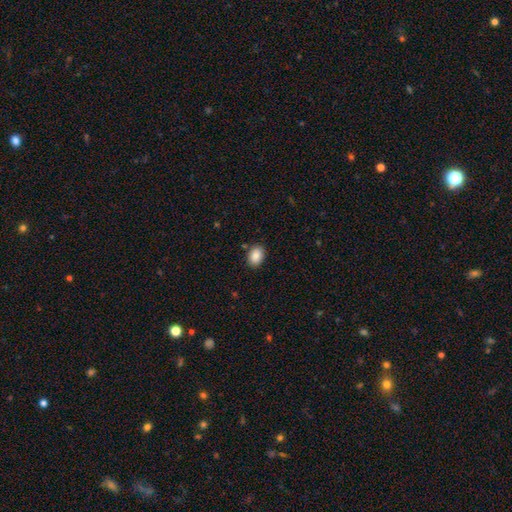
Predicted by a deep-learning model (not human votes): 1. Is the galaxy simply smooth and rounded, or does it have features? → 87% smooth, 8% star or artifact, 5% featured or disk.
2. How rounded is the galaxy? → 73% in between, 26% round, 1% cigar-shaped.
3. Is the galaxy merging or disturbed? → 86% none, 10% minor disturbance, 2% merger, 2% major disturbance.